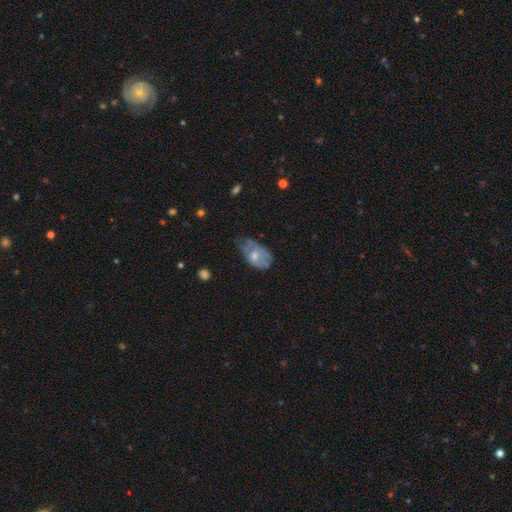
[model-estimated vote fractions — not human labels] smooth 54%, featured or disk 39%, star or artifact 7%. Down the decision tree: how rounded — in between (89%); merging — minor disturbance (42%).